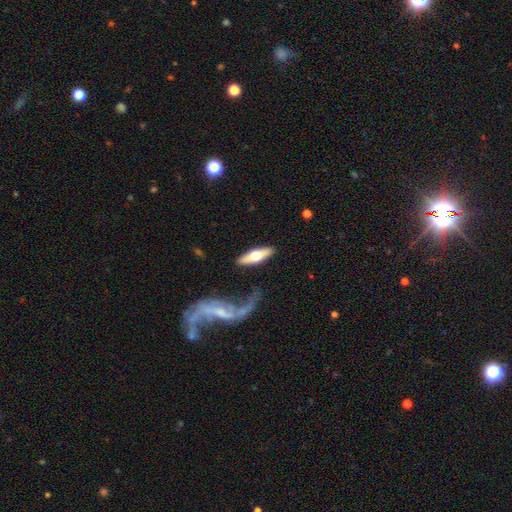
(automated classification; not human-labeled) smooth-or-featured: featured or disk: 49% | smooth: 46% | star or artifact: 5%
  merging: none: 78% | minor disturbance: 12% | merger: 5% | major disturbance: 4%